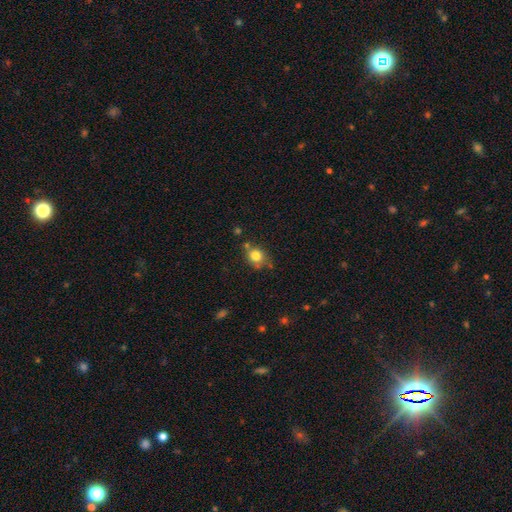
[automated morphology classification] smooth_or_featured: smooth (p=0.79) [alt: star or artifact p=0.11]
how_rounded: round (p=0.75) [alt: in between p=0.24]
merging: none (p=0.65) [alt: minor disturbance p=0.19]